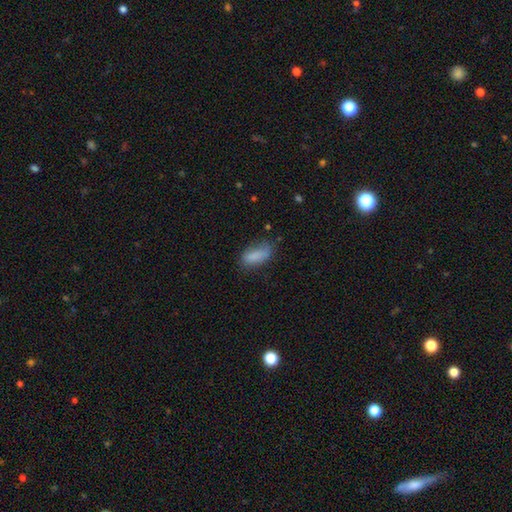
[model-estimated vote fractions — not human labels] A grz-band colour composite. It shows a smooth galaxy with no disk features (82%) that is in between round and cigar-shaped (84%). Merging: none (55%).